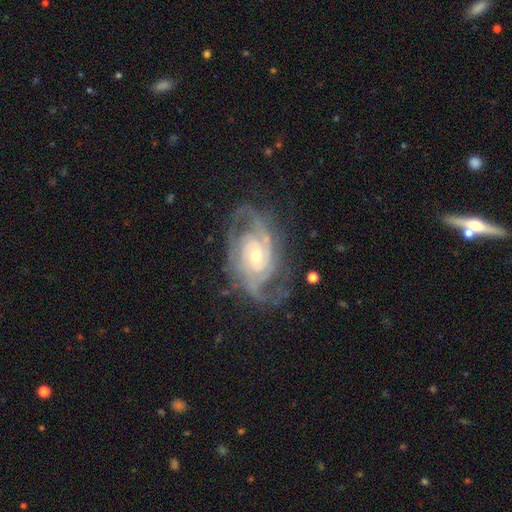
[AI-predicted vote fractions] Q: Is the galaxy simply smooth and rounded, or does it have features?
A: featured or disk — 91%.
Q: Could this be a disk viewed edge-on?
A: no — 96%.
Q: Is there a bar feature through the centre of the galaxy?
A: no — 61%.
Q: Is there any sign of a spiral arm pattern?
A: yes — 97%.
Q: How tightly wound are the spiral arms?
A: tight — 58%.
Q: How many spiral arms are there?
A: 2 — 42%.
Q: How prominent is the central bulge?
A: moderate — 52%.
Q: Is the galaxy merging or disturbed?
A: none — 68%.